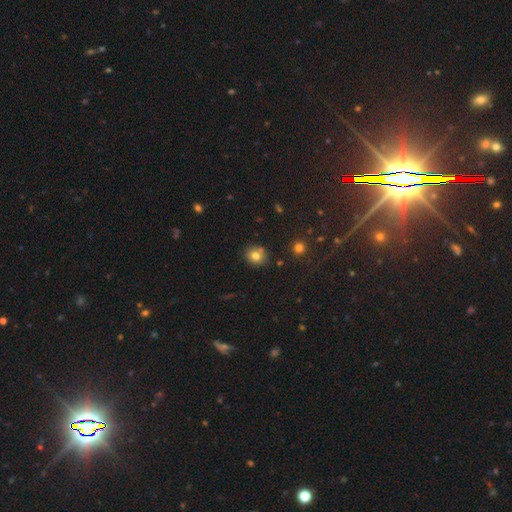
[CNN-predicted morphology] Smooth or featured? Predicted: smooth (p=0.76). How rounded? Predicted: round (p=0.79). Merging? Predicted: none (p=0.76).